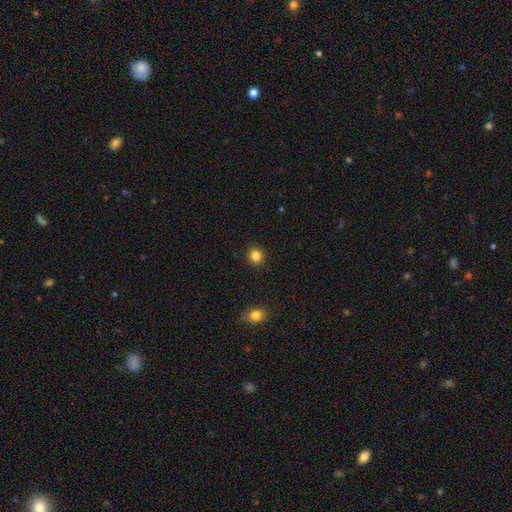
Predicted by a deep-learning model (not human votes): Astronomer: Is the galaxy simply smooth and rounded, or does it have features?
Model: smooth — 84%.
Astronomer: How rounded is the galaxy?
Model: round — 87%.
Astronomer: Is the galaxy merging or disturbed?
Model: none — 91%.